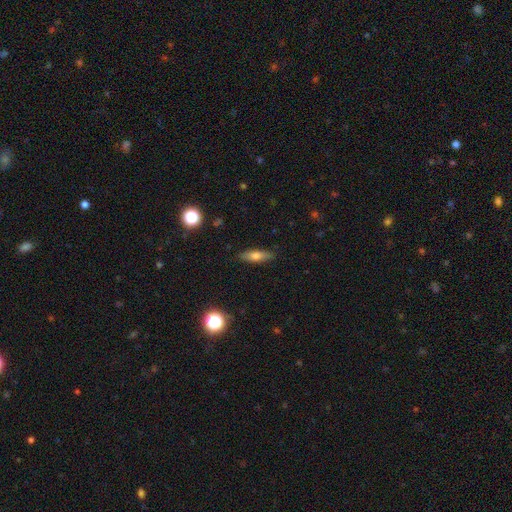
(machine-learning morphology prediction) This appears to be a smooth galaxy with no disk features (65%) that is cigar-shaped (53%). Merging: none (87%).